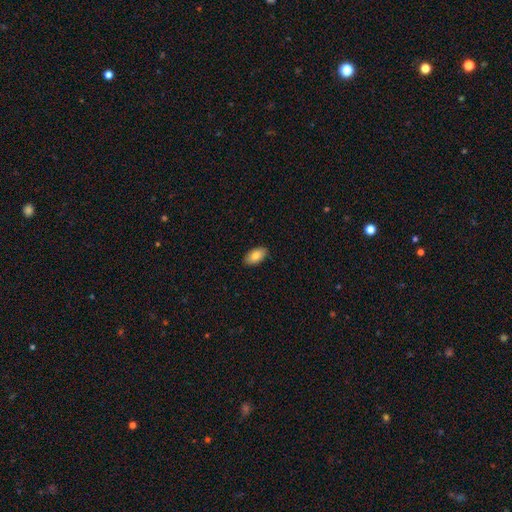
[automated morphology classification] Smooth or featured?
  - smooth: 83% *
  - featured or disk: 11%
  - star or artifact: 7%
How rounded?
  - in between: 94% *
  - round: 3%
  - cigar-shaped: 3%
Merging?
  - none: 90% *
  - minor disturbance: 8%
  - major disturbance: 2%
  - merger: 1%